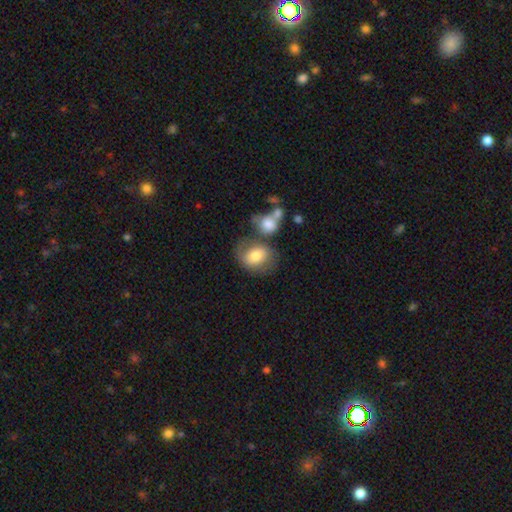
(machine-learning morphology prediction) Smooth or featured? smooth (67%)
How rounded? in between (53%)
Merging? none (45%)